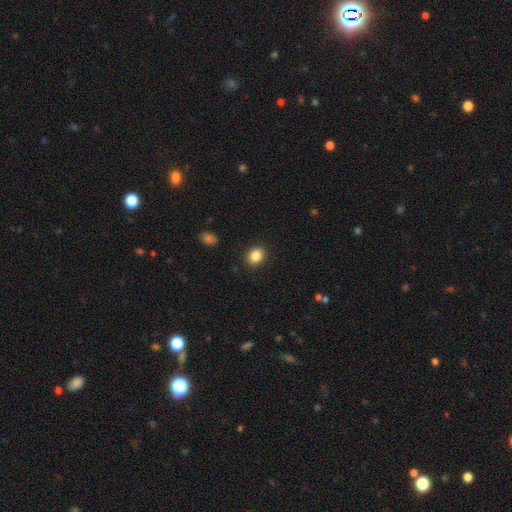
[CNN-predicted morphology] type=smooth (85%); roundness=round (50%); merging=none (90%).